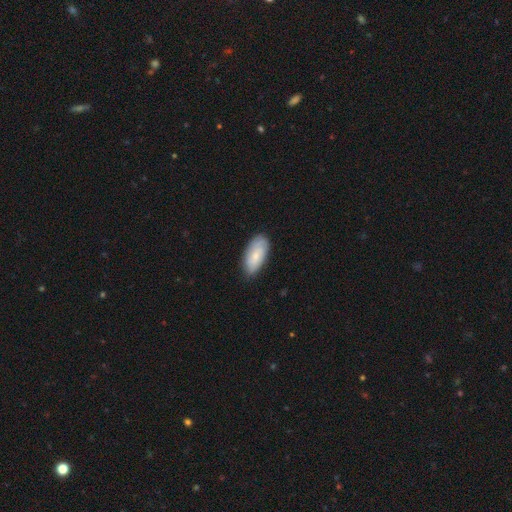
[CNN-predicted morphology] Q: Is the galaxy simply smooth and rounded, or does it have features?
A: smooth — 67%.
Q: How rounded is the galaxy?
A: in between — 91%.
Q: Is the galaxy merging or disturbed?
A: none — 79%.